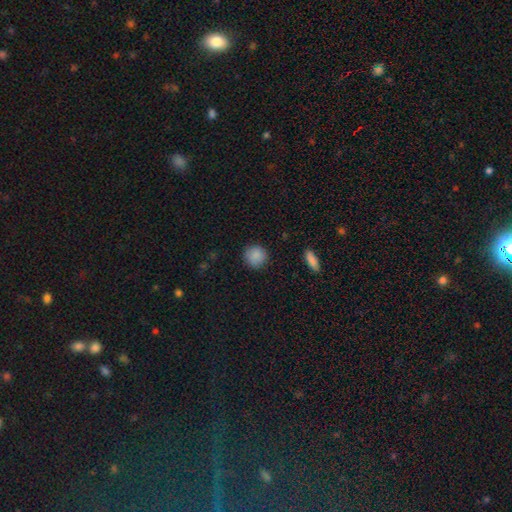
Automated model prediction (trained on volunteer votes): Smooth or featured? smooth (88%)
How rounded? round (93%)
Merging? none (89%)